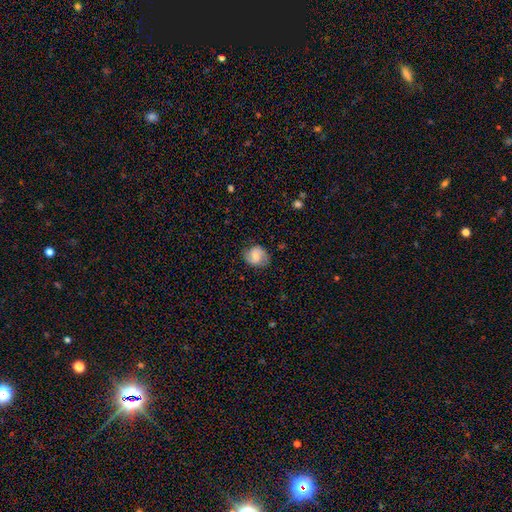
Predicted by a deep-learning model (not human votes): smooth-or-featured: smooth: 54% | featured or disk: 38% | star or artifact: 8%
  how-rounded: round: 70% | in between: 29% | cigar-shaped: 1%
  merging: none: 75% | minor disturbance: 18% | major disturbance: 5% | merger: 1%